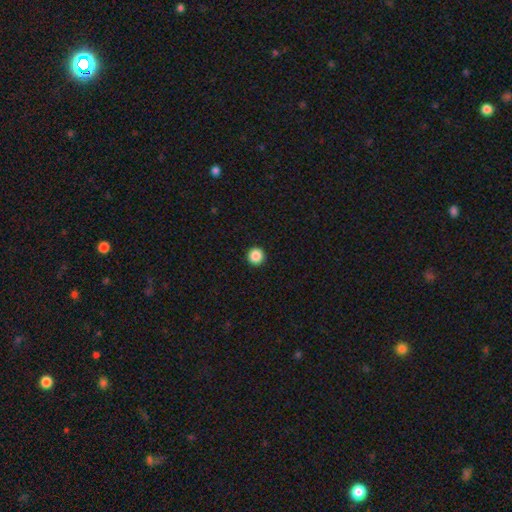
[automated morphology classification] The model was most divided on "smooth or featured": smooth: 88%, star or artifact: 10%, featured or disk: 3%. More confident: how rounded — round (97%); merging — none (94%).